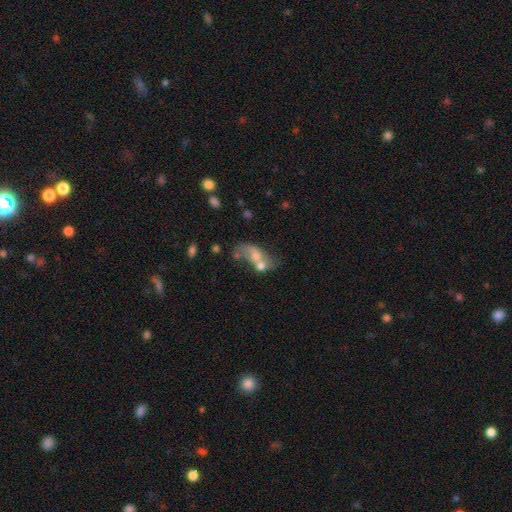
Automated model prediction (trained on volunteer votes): Overall: featured or disk (47%; smooth 42%). Merging: merger (56%; none 18%).